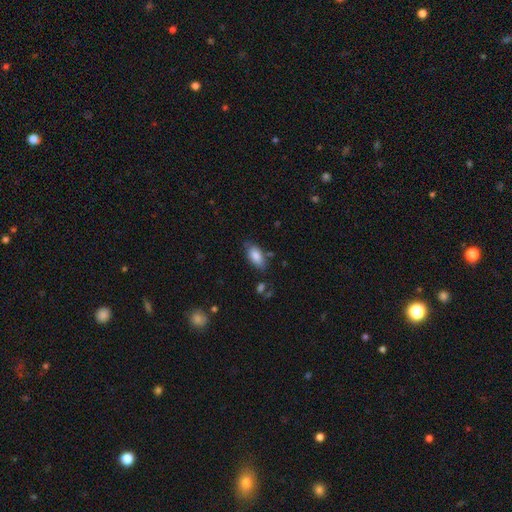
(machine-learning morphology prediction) smooth 84%, featured or disk 9%, star or artifact 7%. Down the decision tree: how rounded — in between (92%); merging — none (71%).